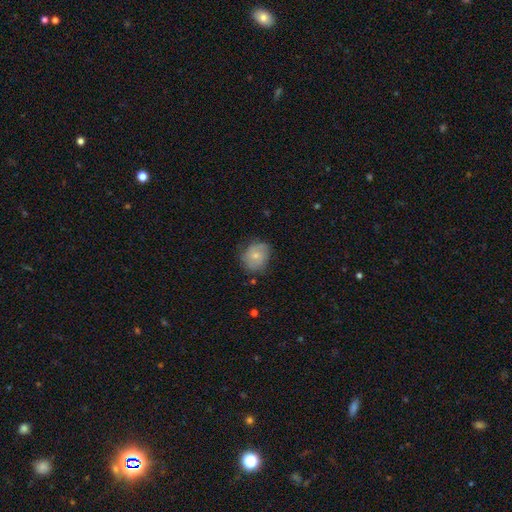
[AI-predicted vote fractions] This appears to be a smooth galaxy with no disk features (64%) that is round (70%). Merging: none (63%).